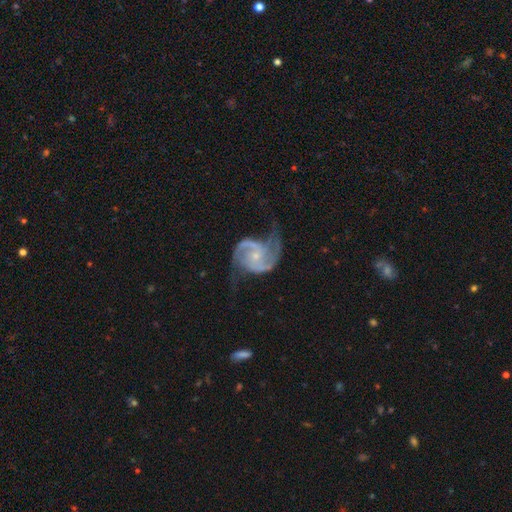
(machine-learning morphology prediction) Smooth or featured? featured or disk (91%)
Edge-on disk? no (98%)
Bar? no (61%)
Spiral arms? yes (98%)
Spiral winding? medium (54%)
Spiral arm count? 2 (89%)
Bulge size? small (72%)
Merging? none (60%)